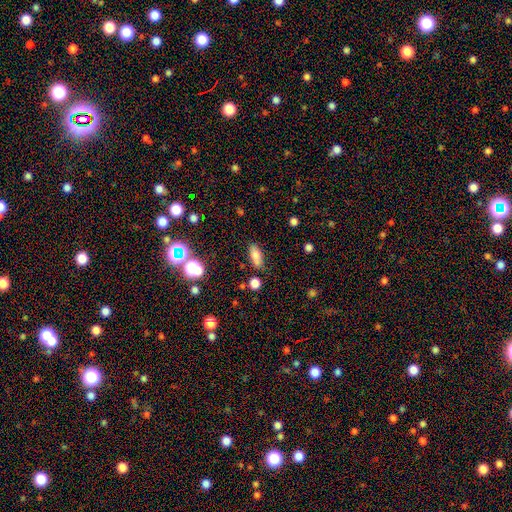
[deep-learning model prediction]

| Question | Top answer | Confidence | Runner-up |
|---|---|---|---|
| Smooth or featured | smooth | 75% | featured or disk (13%) |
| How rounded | in between | 78% | cigar-shaped (17%) |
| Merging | none | 76% | minor disturbance (14%) |